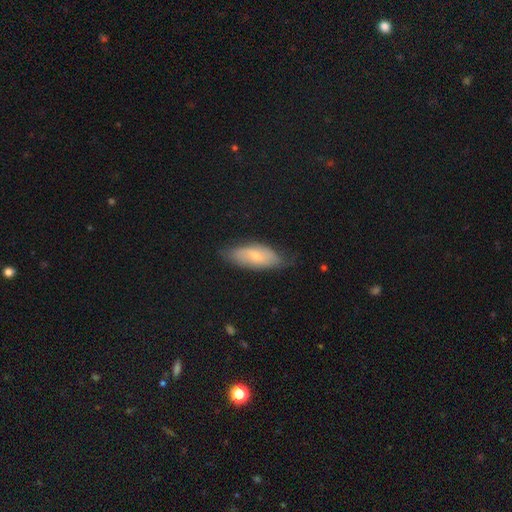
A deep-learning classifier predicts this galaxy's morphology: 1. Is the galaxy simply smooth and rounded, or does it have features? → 61% smooth, 32% featured or disk, 7% star or artifact.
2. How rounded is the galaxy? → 82% in between, 16% cigar-shaped, 2% round.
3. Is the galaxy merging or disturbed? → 70% none, 24% minor disturbance, 4% major disturbance, 1% merger.